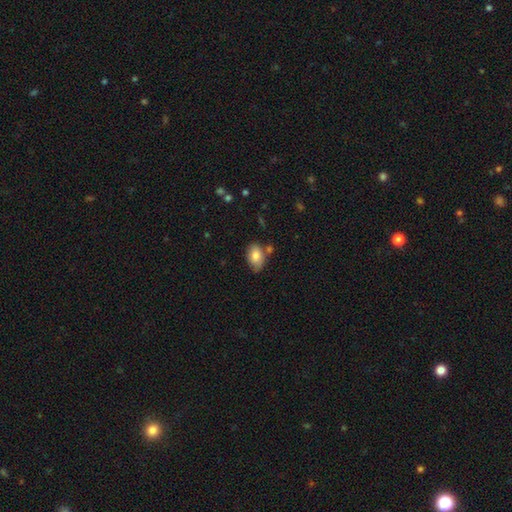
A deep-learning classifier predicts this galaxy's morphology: Smooth or featured: smooth — 81% (featured or disk — 11%)
How rounded: in between — 89% (round — 10%)
Merging: none — 66% (minor disturbance — 20%)